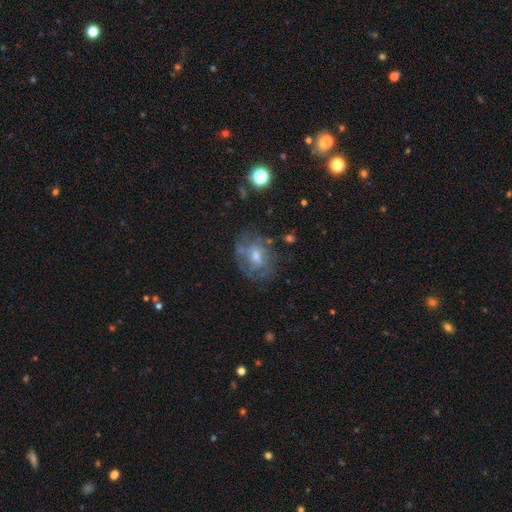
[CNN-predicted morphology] The model was most divided on "bulge size": moderate: 54%, small: 35%, large: 5%, none: 5%, dominant: 1%. More confident: edge-on disk — no (96%); merging — none (62%); smooth or featured — featured or disk (62%); bar — no (61%); spiral arms — yes (60%).